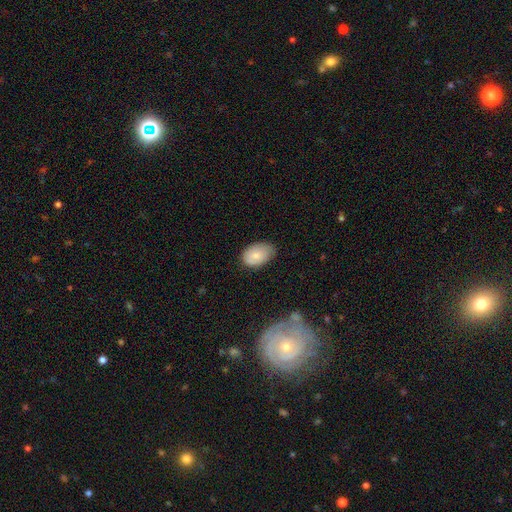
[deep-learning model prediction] smooth_or_featured: smooth (p=0.80) [alt: featured or disk p=0.12]
how_rounded: in between (p=0.88) [alt: round p=0.11]
merging: none (p=0.66) [alt: minor disturbance p=0.28]